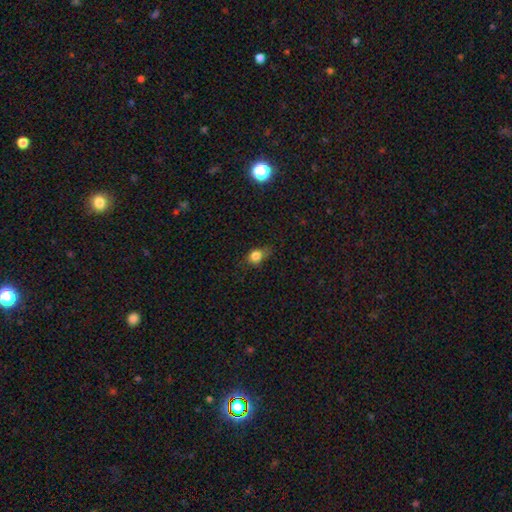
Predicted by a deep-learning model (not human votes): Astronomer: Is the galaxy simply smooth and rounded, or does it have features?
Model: smooth — 80%.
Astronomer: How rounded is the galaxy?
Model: round — 55% (runner-up: in between, 42%).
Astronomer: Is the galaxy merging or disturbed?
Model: none — 52% (runner-up: minor disturbance, 33%).